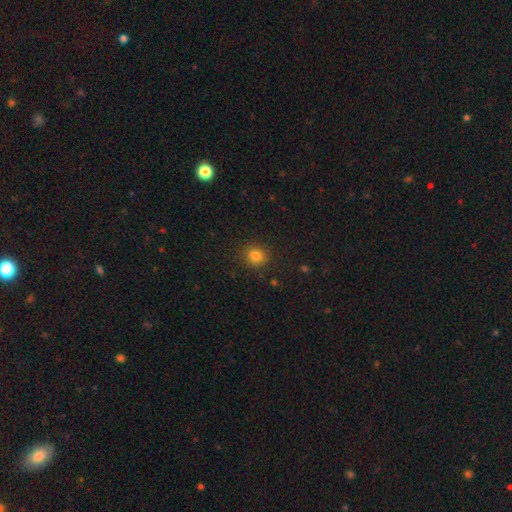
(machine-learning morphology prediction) Q: Smooth or featured?
A: smooth (83%); runner-up: star or artifact (12%)
Q: How rounded?
A: round (82%); runner-up: in between (17%)
Q: Merging?
A: none (88%); runner-up: minor disturbance (8%)